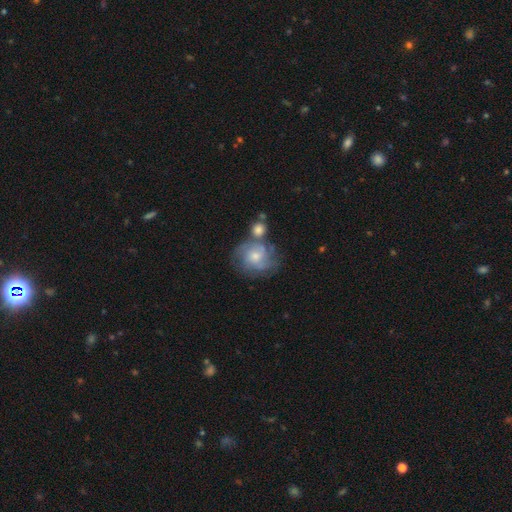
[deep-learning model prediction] Q: Smooth or featured?
A: featured or disk (57%); runner-up: smooth (35%)
Q: Edge-on disk?
A: no (97%); runner-up: yes (3%)
Q: Bar?
A: no (74%); runner-up: weak (23%)
Q: Spiral arms?
A: yes (78%); runner-up: no (22%)
Q: Bulge size?
A: moderate (47%); runner-up: small (44%)
Q: Merging?
A: none (43%); runner-up: merger (27%)